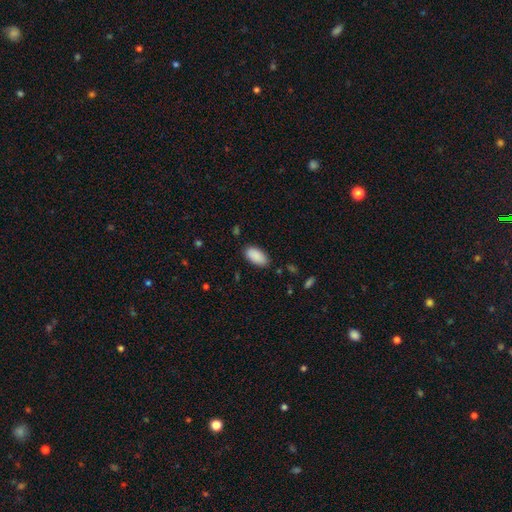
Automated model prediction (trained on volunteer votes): This appears to be a smooth galaxy with no disk features (90%) that is in between round and cigar-shaped (95%). Merging: none (84%).